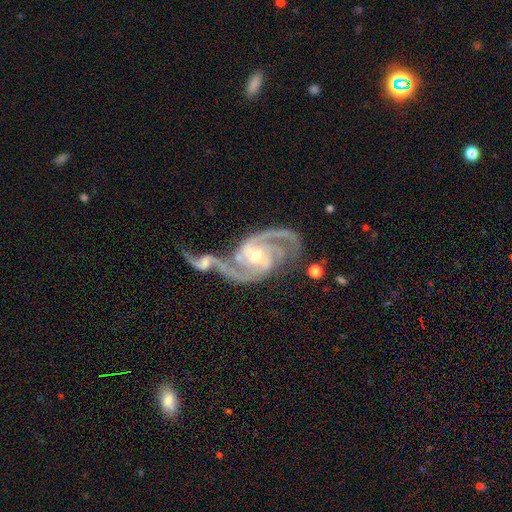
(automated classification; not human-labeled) smooth_or_featured: featured or disk (p=0.93) [alt: star or artifact p=0.04]
disk_edge_on: no (p=0.98) [alt: yes p=0.02]
bar: weak (p=0.44) [alt: no p=0.31]
has_spiral_arms: yes (p=0.98) [alt: no p=0.02]
spiral_winding: medium (p=0.55) [alt: tight p=0.28]
spiral_arm_count: 2 (p=0.62) [alt: 3 p=0.20]
bulge_size: moderate (p=0.53) [alt: small p=0.43]
merging: merger (p=0.53) [alt: none p=0.22]